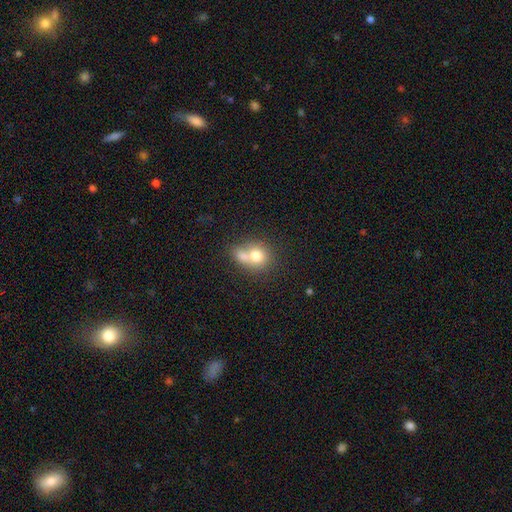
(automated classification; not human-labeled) smooth-or-featured: smooth: 72% | featured or disk: 19% | star or artifact: 10%
  how-rounded: round: 70% | in between: 29% | cigar-shaped: 1%
  merging: merger: 60% | none: 27% | minor disturbance: 9% | major disturbance: 5%